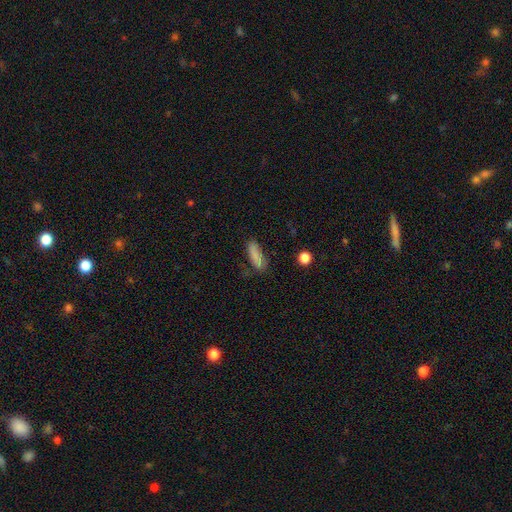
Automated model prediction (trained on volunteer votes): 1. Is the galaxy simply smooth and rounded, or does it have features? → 82% smooth, 10% featured or disk, 8% star or artifact.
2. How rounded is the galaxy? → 51% cigar-shaped, 47% in between, 3% round.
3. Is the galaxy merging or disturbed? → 71% none, 21% minor disturbance, 6% major disturbance, 3% merger.